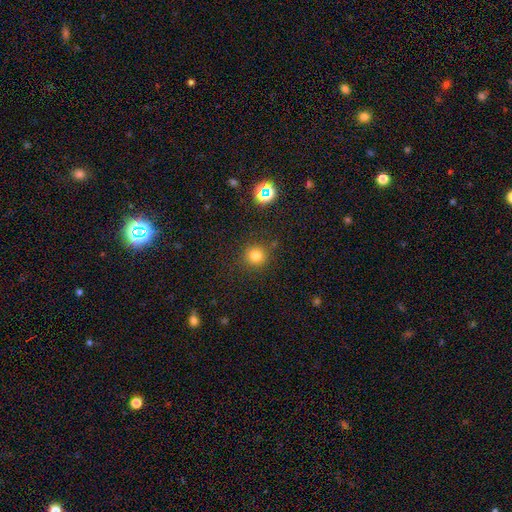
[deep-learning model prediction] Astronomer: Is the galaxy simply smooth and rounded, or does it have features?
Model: smooth — 78%.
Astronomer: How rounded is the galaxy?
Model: round — 92%.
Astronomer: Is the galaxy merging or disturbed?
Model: none — 86%.